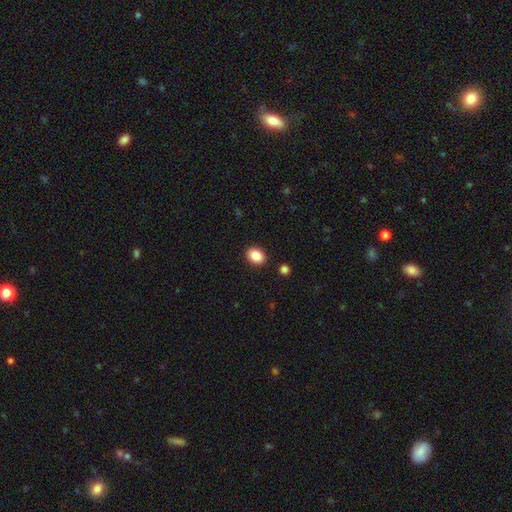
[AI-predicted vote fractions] A smooth galaxy with no disk features (86%) that is in between round and cigar-shaped (64%).

Vote fractions:
- Smooth or featured? smooth: 86% / star or artifact: 9% / featured or disk: 5%
- How rounded? in between: 64% / round: 35% / cigar-shaped: 1%
- Merging? none: 90% / minor disturbance: 6% / major disturbance: 2% / merger: 2%